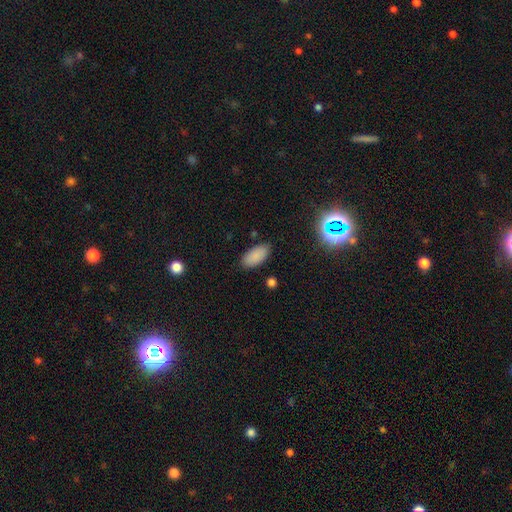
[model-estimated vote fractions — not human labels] The model was most divided on "merging": none: 85%, minor disturbance: 11%, major disturbance: 3%, merger: 2%. More confident: how rounded — in between (91%); smooth or featured — smooth (86%).